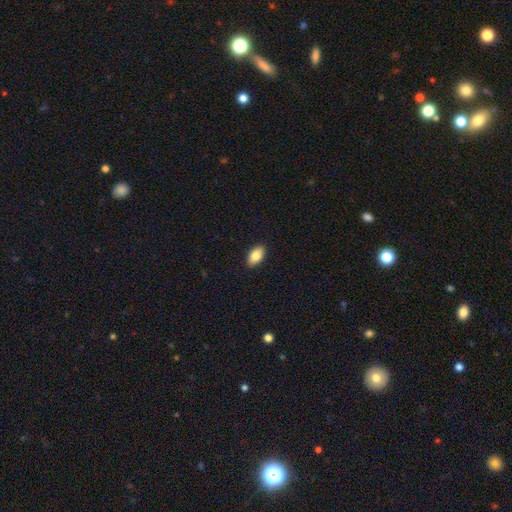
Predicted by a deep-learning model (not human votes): smooth_or_featured: smooth (p=0.83) [alt: featured or disk p=0.10]
how_rounded: in between (p=0.92) [alt: round p=0.05]
merging: none (p=0.90) [alt: minor disturbance p=0.07]